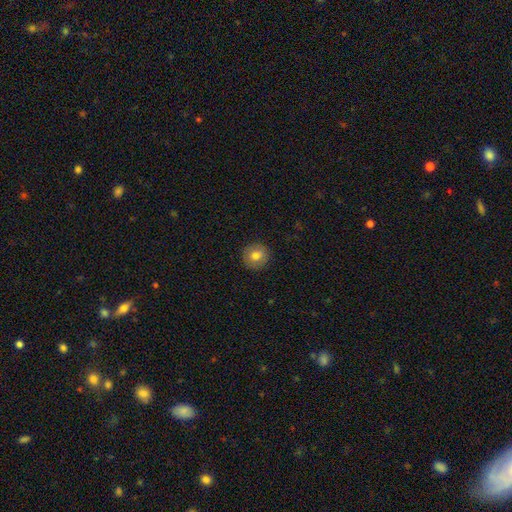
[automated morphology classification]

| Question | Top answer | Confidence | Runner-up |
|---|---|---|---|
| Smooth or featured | smooth | 79% | featured or disk (12%) |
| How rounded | round | 93% | in between (6%) |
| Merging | none | 91% | minor disturbance (6%) |